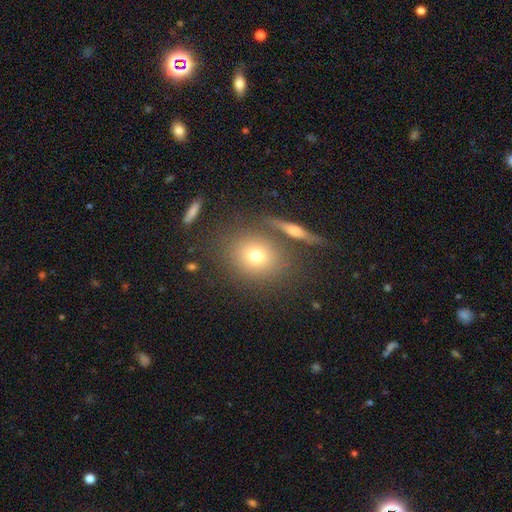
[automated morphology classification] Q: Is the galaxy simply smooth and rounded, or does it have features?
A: smooth — 71%.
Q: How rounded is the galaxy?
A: round — 73%.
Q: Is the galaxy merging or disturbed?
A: none — 75%.